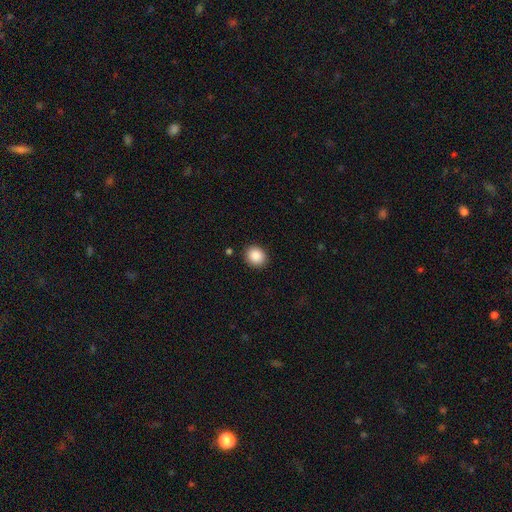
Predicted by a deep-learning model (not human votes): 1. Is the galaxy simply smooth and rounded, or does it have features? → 89% smooth, 8% star or artifact, 3% featured or disk.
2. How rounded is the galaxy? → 77% round, 22% in between, 1% cigar-shaped.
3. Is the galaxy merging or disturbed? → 90% none, 7% minor disturbance, 2% major disturbance, 1% merger.